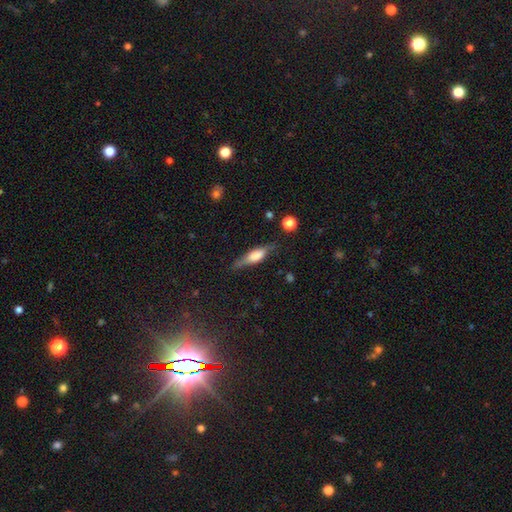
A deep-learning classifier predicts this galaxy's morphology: A featured or disk galaxy (48%). Merging: none (75%).